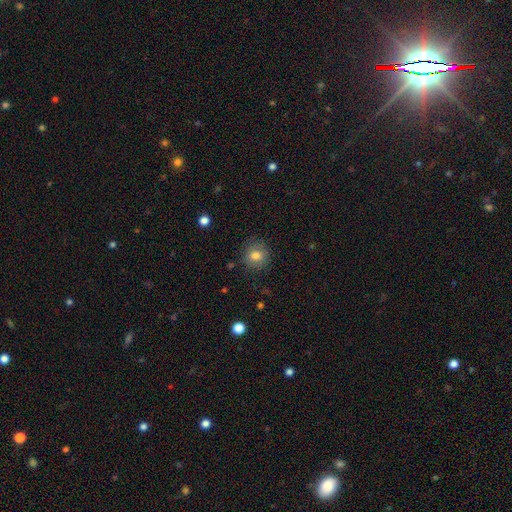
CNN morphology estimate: Overall: smooth (80%). How rounded: round (83%). Merging: none (84%).